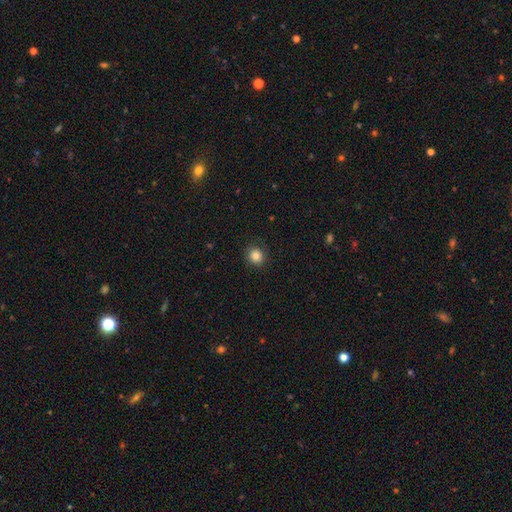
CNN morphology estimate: A smooth galaxy with no disk features (85%) that is round (84%).

Vote fractions:
- Smooth or featured? smooth: 85% / star or artifact: 10% / featured or disk: 5%
- How rounded? round: 84% / in between: 15% / cigar-shaped: 1%
- Merging? none: 89% / minor disturbance: 8% / major disturbance: 2% / merger: 1%